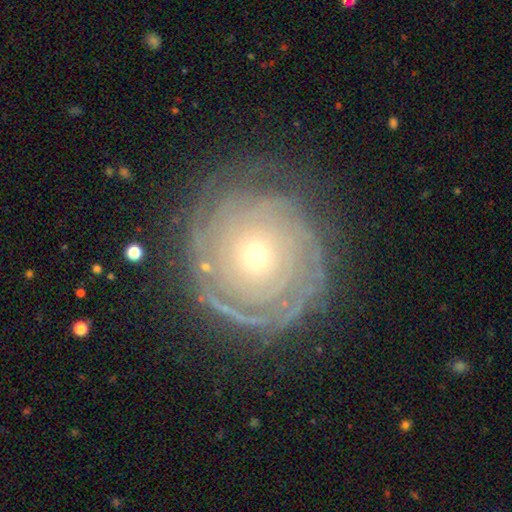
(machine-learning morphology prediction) This appears to be a featured or disk galaxy (80%) with no bar (85%), tight (82%) spiral arms (90%) and a small central bulge (62%). Merging: none (71%).